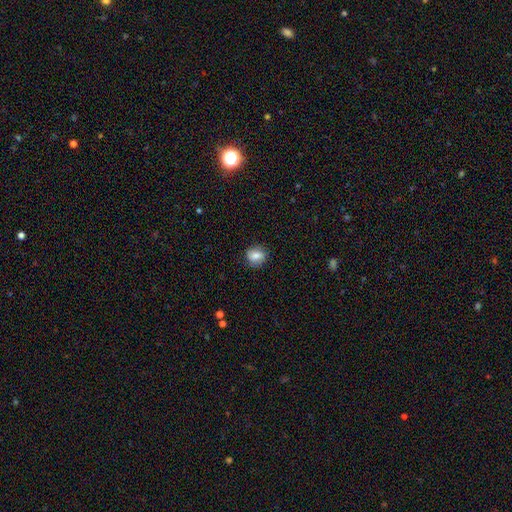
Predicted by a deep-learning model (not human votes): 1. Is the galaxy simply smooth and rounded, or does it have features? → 77% smooth, 13% featured or disk, 9% star or artifact.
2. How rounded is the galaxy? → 69% round, 30% in between, 1% cigar-shaped.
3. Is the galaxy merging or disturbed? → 83% none, 12% minor disturbance, 3% major disturbance, 1% merger.